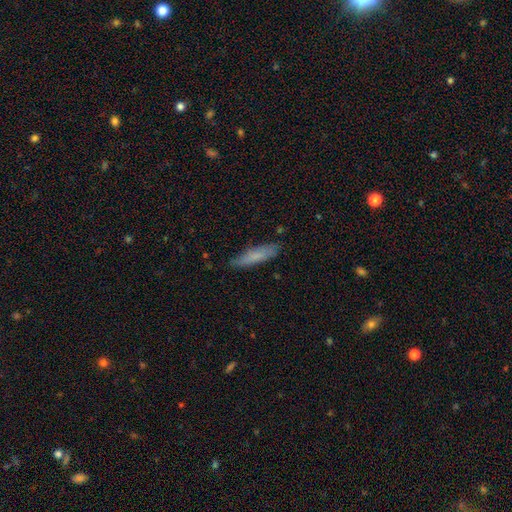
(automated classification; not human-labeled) Morphology: type=smooth (76%); roundness=cigar-shaped (81%); merging=none (84%).